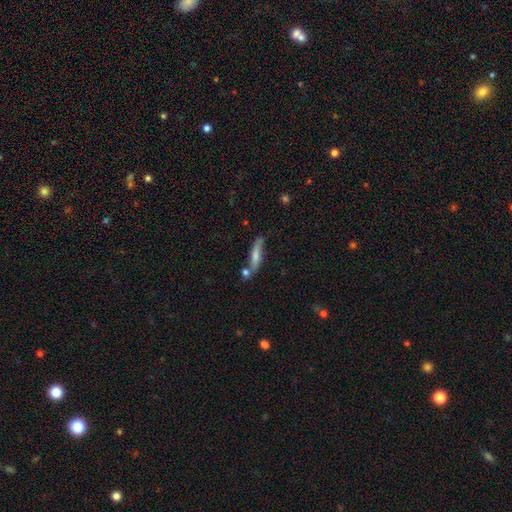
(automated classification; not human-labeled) This appears to be a smooth galaxy with no disk features (62%) that is cigar-shaped (80%). Merging: none (62%).